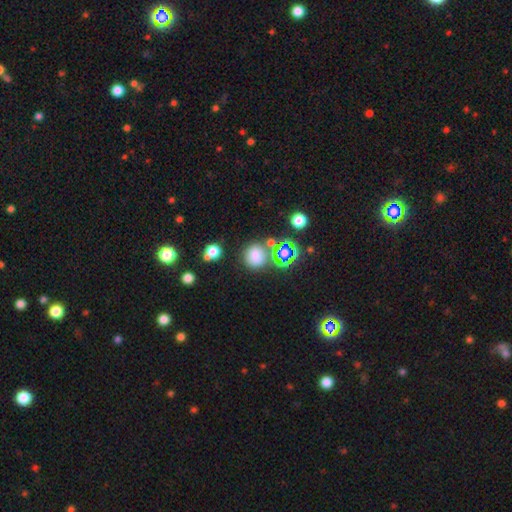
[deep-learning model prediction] smooth-or-featured: smooth: 69% | star or artifact: 22% | featured or disk: 9%
  how-rounded: round: 86% | in between: 13% | cigar-shaped: 1%
  merging: none: 70% | merger: 13% | minor disturbance: 12% | major disturbance: 5%